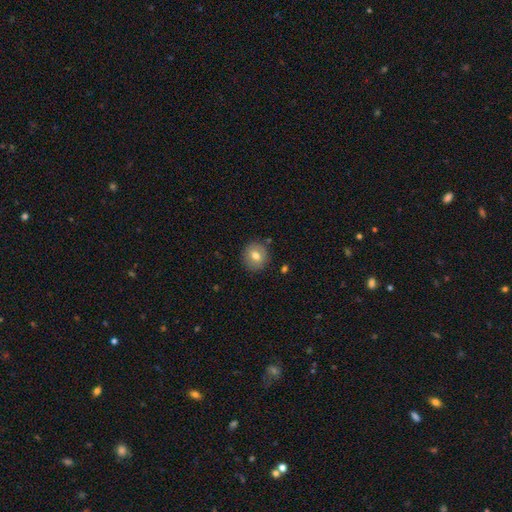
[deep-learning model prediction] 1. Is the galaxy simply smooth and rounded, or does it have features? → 71% smooth, 20% featured or disk, 9% star or artifact.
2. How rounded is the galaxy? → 83% round, 16% in between, 1% cigar-shaped.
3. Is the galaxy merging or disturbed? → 87% none, 9% minor disturbance, 2% major disturbance, 2% merger.